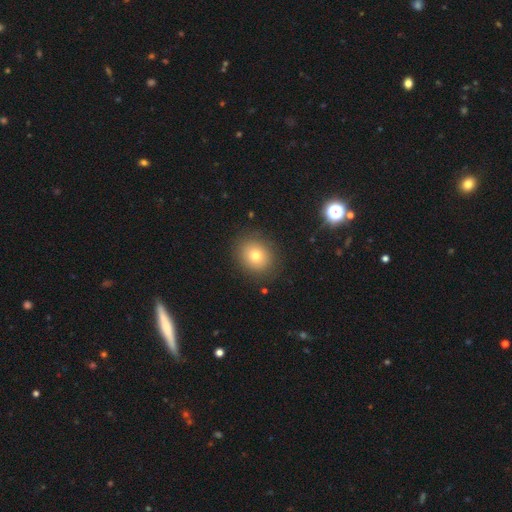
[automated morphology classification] Smooth or featured: smooth — 76% (star or artifact — 13%)
How rounded: round — 69% (in between — 30%)
Merging: none — 87% (minor disturbance — 9%)